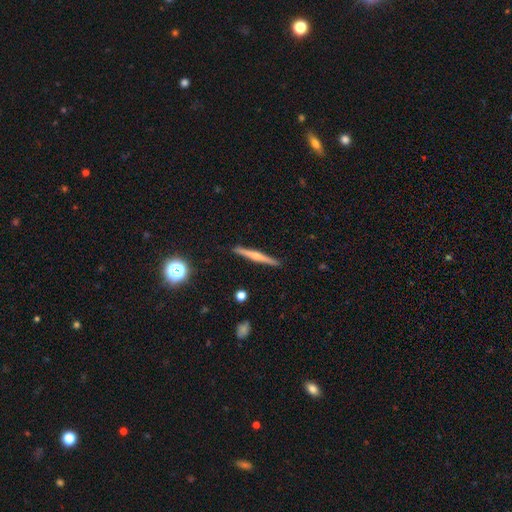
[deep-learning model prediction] smooth_or_featured: featured or disk (p=0.58) [alt: smooth p=0.35]
disk_edge_on: yes (p=0.98) [alt: no p=0.02]
edge_on_bulge: rounded (p=0.63) [alt: none p=0.25]
merging: none (p=0.92) [alt: minor disturbance p=0.06]